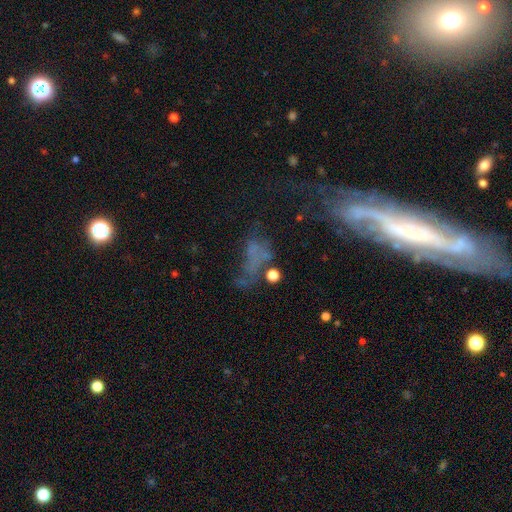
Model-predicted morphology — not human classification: Smooth or featured? featured or disk (40%)
Merging? major disturbance (40%)